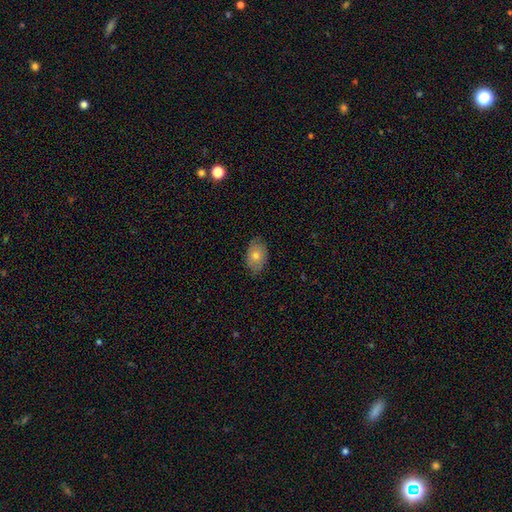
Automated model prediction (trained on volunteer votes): The model was most divided on "smooth or featured": smooth: 61%, featured or disk: 30%, star or artifact: 9%. More confident: how rounded — in between (84%); merging — none (82%).